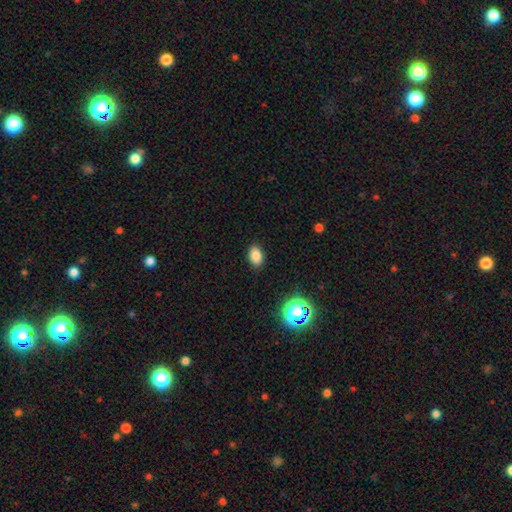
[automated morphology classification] smooth-or-featured: smooth: 83% | star or artifact: 11% | featured or disk: 6%
  how-rounded: in between: 84% | round: 15% | cigar-shaped: 1%
  merging: none: 87% | minor disturbance: 9% | major disturbance: 2% | merger: 1%